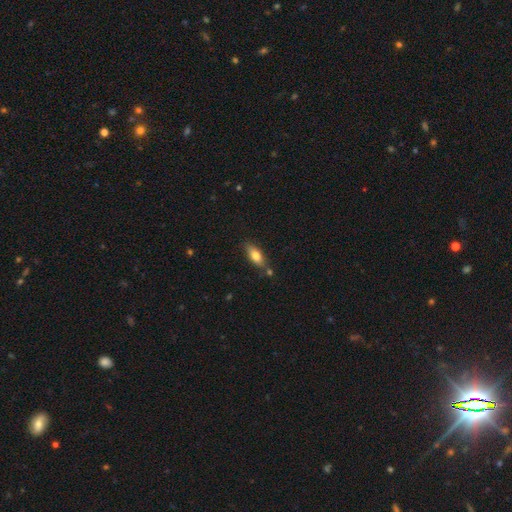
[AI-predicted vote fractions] A smooth galaxy with no disk features (74%) that is in between round and cigar-shaped (77%).

Vote fractions:
- Smooth or featured? smooth: 74% / featured or disk: 18% / star or artifact: 7%
- How rounded? in between: 77% / cigar-shaped: 20% / round: 3%
- Merging? none: 73% / minor disturbance: 16% / merger: 7% / major disturbance: 3%